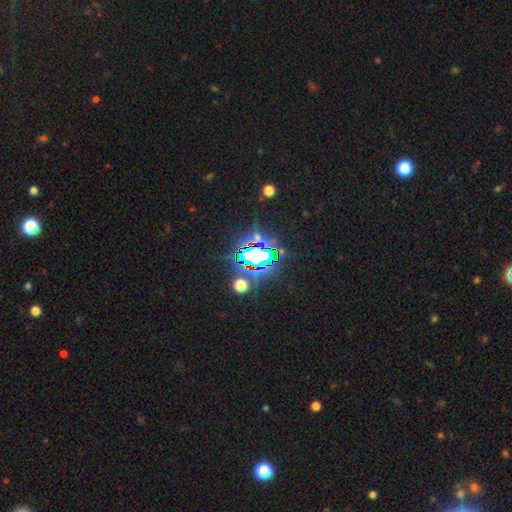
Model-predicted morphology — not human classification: Smooth or featured: star or artifact — 71% (smooth — 17%)